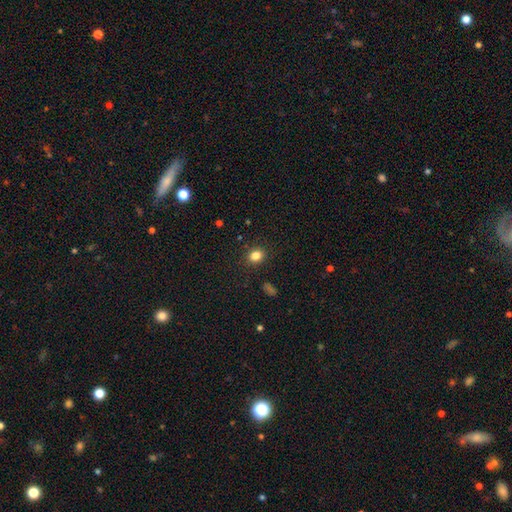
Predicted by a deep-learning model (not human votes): smooth-or-featured: smooth: 83% | star or artifact: 11% | featured or disk: 5%
  how-rounded: round: 55% | in between: 44% | cigar-shaped: 1%
  merging: none: 88% | minor disturbance: 8% | major disturbance: 3% | merger: 1%